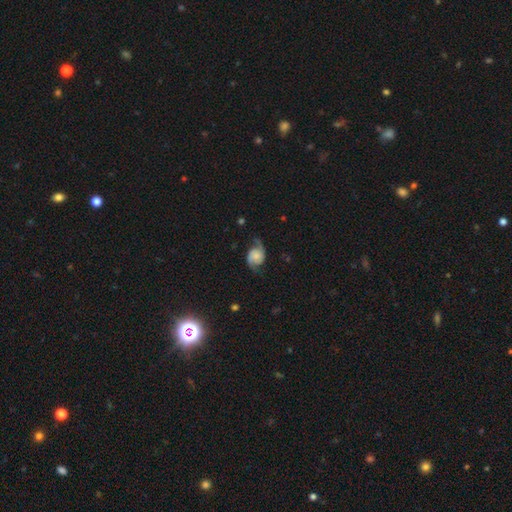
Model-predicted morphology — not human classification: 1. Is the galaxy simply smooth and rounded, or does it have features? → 77% featured or disk, 16% smooth, 8% star or artifact.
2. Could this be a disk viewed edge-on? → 98% no, 2% yes.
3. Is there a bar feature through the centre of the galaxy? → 69% no, 25% weak, 6% strong.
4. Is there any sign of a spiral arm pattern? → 96% yes, 4% no.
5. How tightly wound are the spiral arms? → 43% loose, 41% medium, 16% tight.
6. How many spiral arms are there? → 91% 2, 3% 1, 3% can't tell, 1% 3, 1% 4, 1% more than 4.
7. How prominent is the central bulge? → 44% small, 24% moderate, 21% none, 8% large, 4% dominant.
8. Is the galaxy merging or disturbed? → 68% none, 20% minor disturbance, 10% major disturbance, 2% merger.